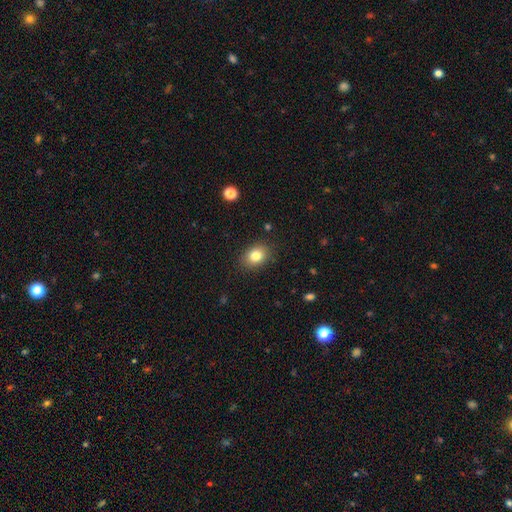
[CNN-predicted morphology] A smooth galaxy with no disk features (82%) that is in between round and cigar-shaped (65%). Merging: none (87%).